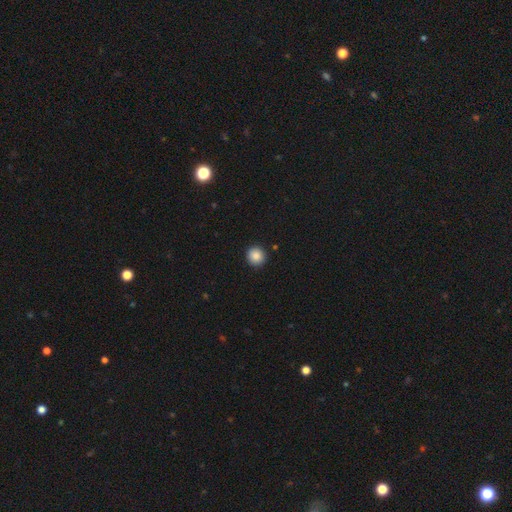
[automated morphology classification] Smooth or featured: smooth — 87% (star or artifact — 9%)
How rounded: round — 93% (in between — 6%)
Merging: none — 92% (minor disturbance — 6%)